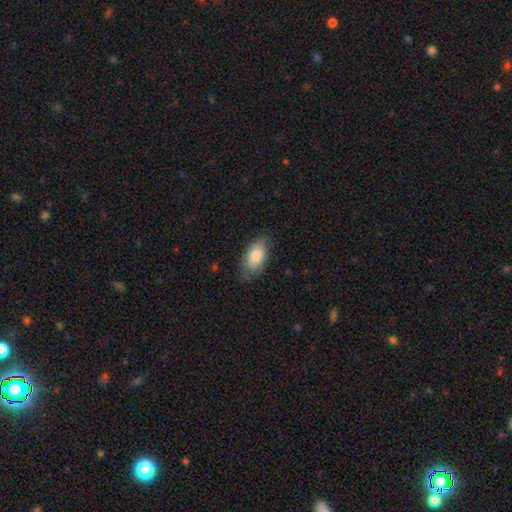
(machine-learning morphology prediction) A smooth galaxy with no disk features (82%) that is in between round and cigar-shaped (93%). Merging: none (73%).